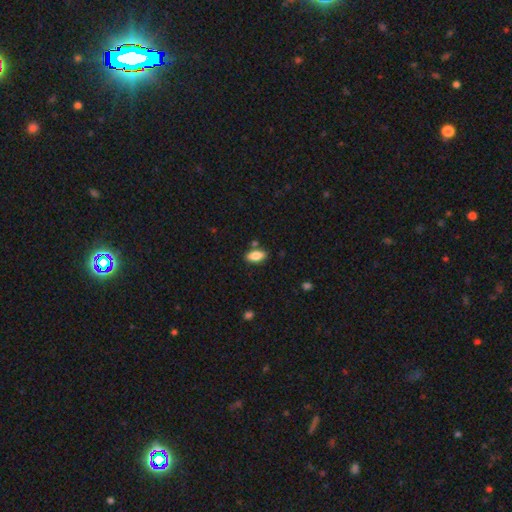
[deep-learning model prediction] Smooth or featured?
  - smooth: 84% *
  - featured or disk: 9%
  - star or artifact: 7%
How rounded?
  - in between: 89% *
  - cigar-shaped: 9%
  - round: 3%
Merging?
  - none: 82% *
  - minor disturbance: 11%
  - merger: 5%
  - major disturbance: 2%